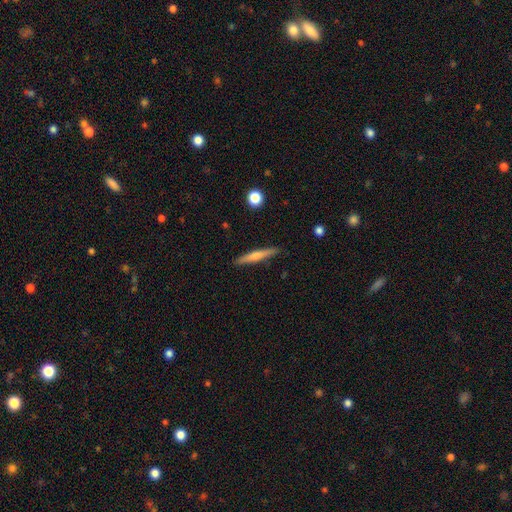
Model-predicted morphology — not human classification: Smooth or featured?
  - featured or disk: 54% *
  - smooth: 39%
  - star or artifact: 6%
Edge-on disk?
  - yes: 97% *
  - no: 3%
Edge-on bulge?
  - rounded: 70% *
  - none: 23%
  - boxy: 7%
Merging?
  - none: 90% *
  - minor disturbance: 7%
  - major disturbance: 1%
  - merger: 1%